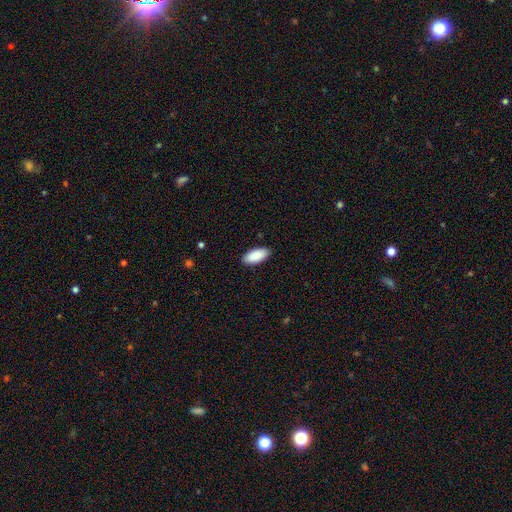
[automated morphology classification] A smooth galaxy with no disk features (91%) that is in between round and cigar-shaped (90%).

Vote fractions:
- Smooth or featured? smooth: 91% / star or artifact: 6% / featured or disk: 4%
- How rounded? in between: 90% / cigar-shaped: 8% / round: 2%
- Merging? none: 89% / minor disturbance: 8% / major disturbance: 2% / merger: 1%